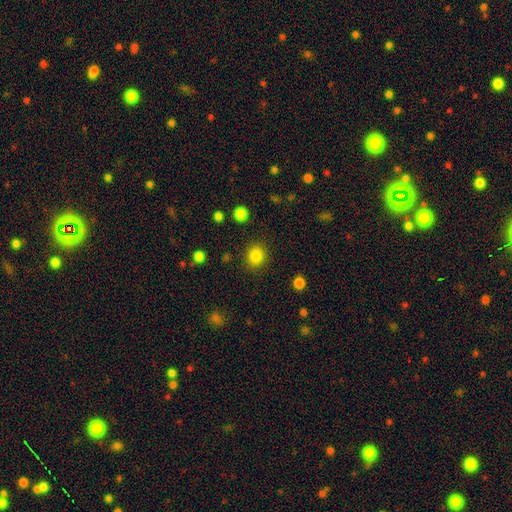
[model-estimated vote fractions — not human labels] A smooth galaxy with no disk features (84%) that is round (81%). Merging: none (88%).